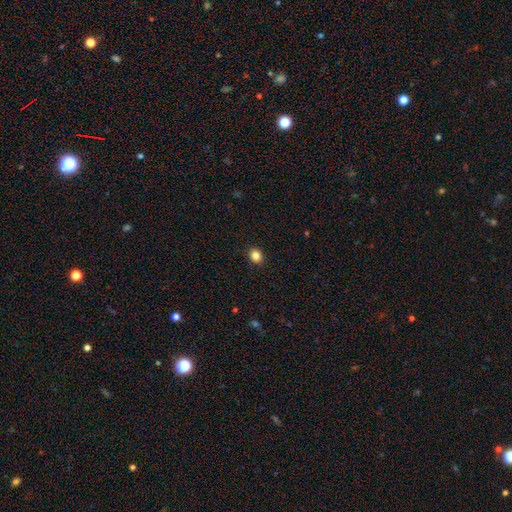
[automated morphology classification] Q: Smooth or featured?
A: smooth (85%); runner-up: star or artifact (11%)
Q: How rounded?
A: round (65%); runner-up: in between (34%)
Q: Merging?
A: none (90%); runner-up: minor disturbance (7%)